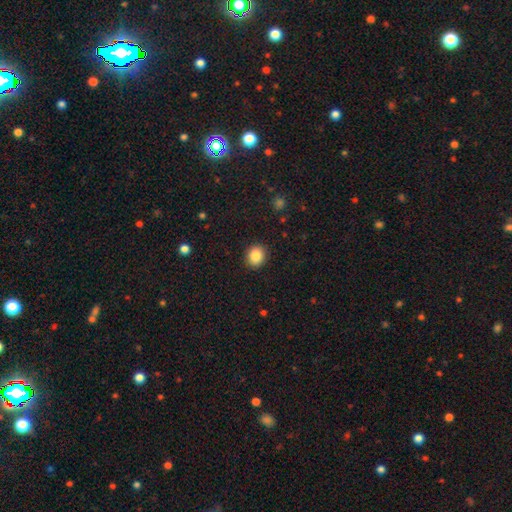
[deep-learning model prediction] Smooth or featured? Predicted: smooth (p=0.85). How rounded? Predicted: round (p=0.76). Merging? Predicted: none (p=0.91).